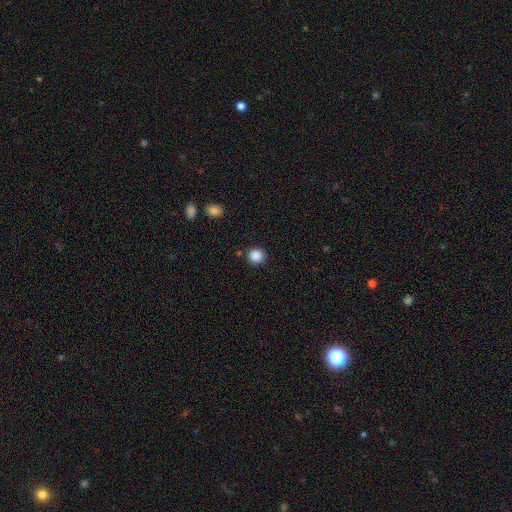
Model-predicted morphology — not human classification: Q: Smooth or featured?
A: smooth (87%); runner-up: star or artifact (10%)
Q: How rounded?
A: round (90%); runner-up: in between (9%)
Q: Merging?
A: none (88%); runner-up: minor disturbance (7%)